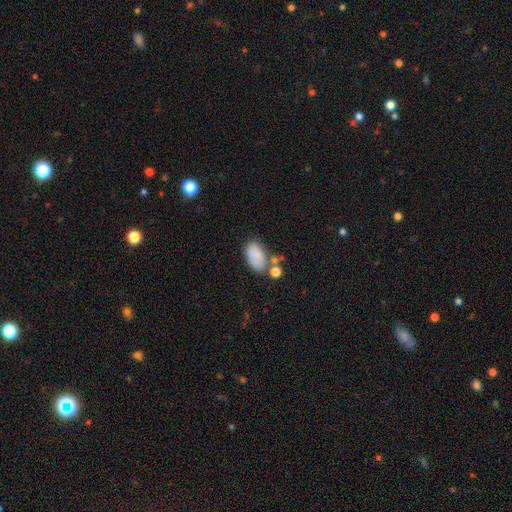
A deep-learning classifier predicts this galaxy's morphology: type=smooth (80%); roundness=in between (93%); merging=none (56%).